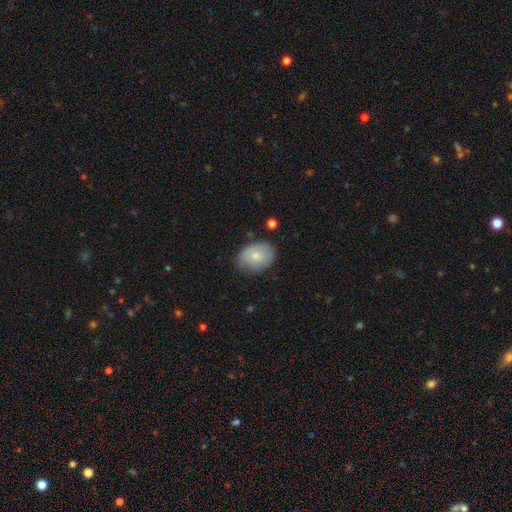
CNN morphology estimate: A smooth galaxy with no disk features (78%) that is in between round and cigar-shaped (70%). Merging: none (70%).